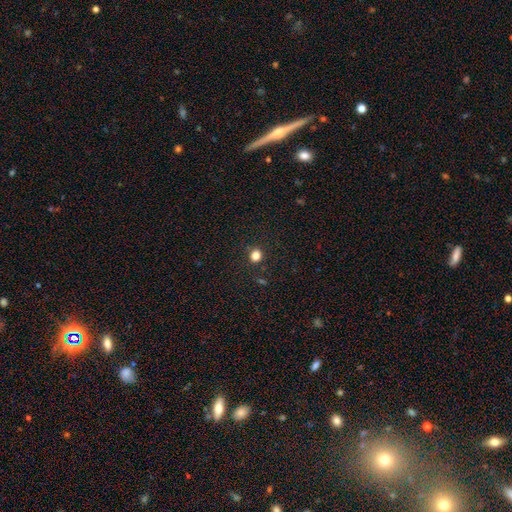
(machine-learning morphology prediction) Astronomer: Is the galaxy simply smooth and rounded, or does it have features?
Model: smooth — 82%.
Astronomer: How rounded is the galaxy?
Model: round — 84%.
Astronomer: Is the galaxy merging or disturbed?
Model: none — 89%.